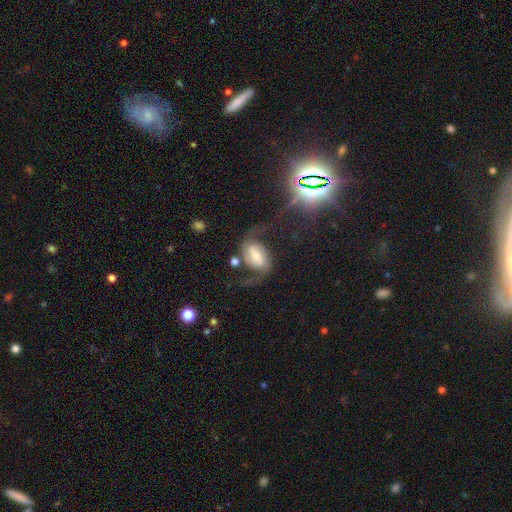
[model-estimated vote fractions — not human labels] featured or disk 77%, smooth 13%, star or artifact 10%. Down the decision tree: edge-on disk — no (97%); bar — weak (42%); spiral arms — yes (94%); spiral arm count — 2 (90%); spiral winding — loose (51%); bulge size — moderate (50%); merging — none (59%).